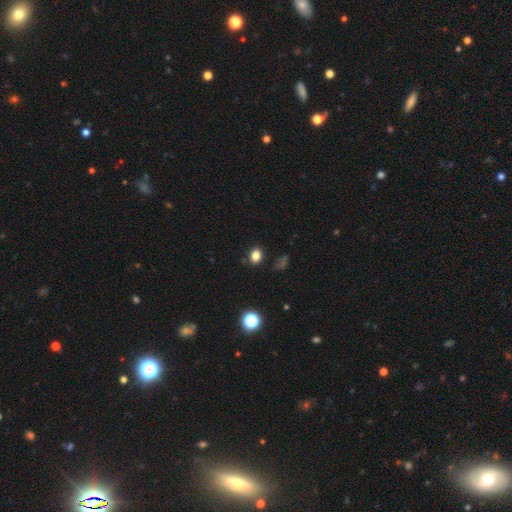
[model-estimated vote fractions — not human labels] smooth 81%, star or artifact 14%, featured or disk 5%. Down the decision tree: how rounded — in between (57%); merging — none (82%).